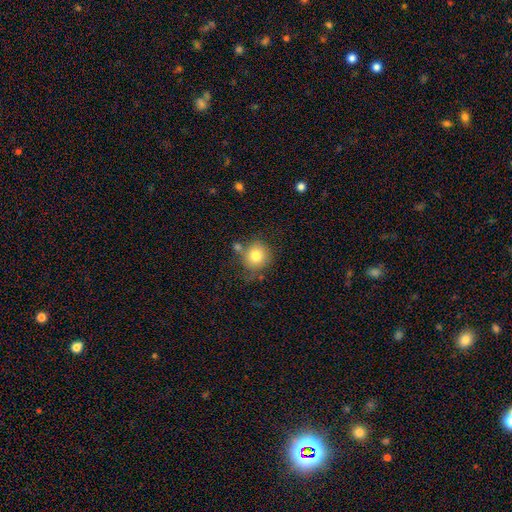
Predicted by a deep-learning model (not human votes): The model was most divided on "merging": none: 63%, minor disturbance: 17%, merger: 13%, major disturbance: 7%. More confident: how rounded — round (87%); smooth or featured — smooth (78%).